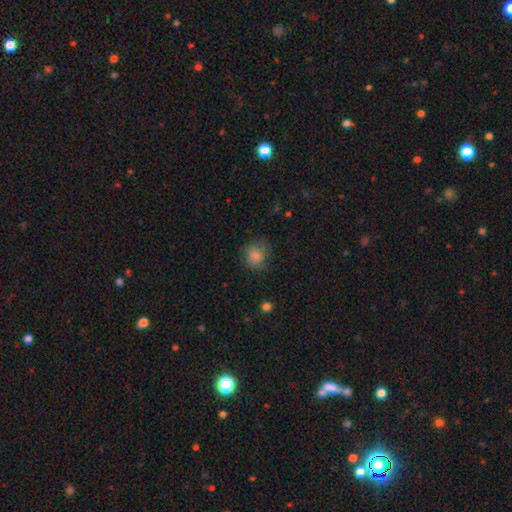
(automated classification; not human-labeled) smooth 83%, star or artifact 9%, featured or disk 8%. Down the decision tree: how rounded — round (84%); merging — none (72%).